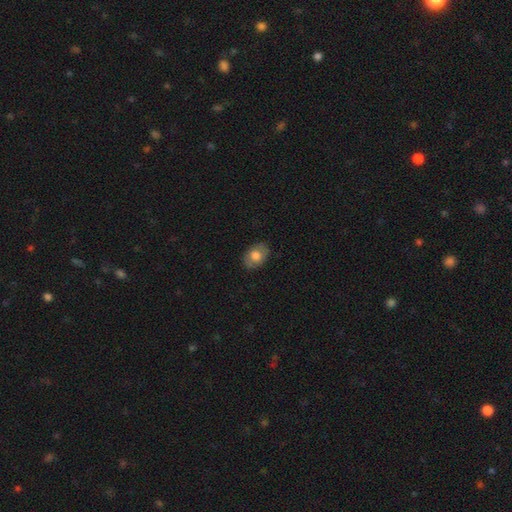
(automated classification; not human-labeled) A smooth galaxy with no disk features (72%) that is in between round and cigar-shaped (81%). Merging: none (84%).